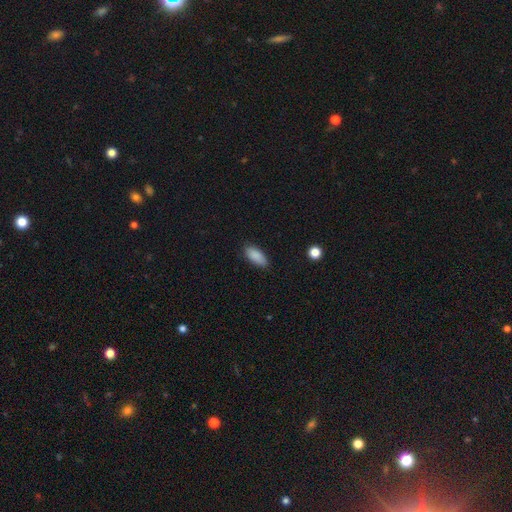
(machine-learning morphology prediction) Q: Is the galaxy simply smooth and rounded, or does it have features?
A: smooth — 88%.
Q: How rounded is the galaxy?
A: in between — 84%.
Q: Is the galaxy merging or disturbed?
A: none — 85%.